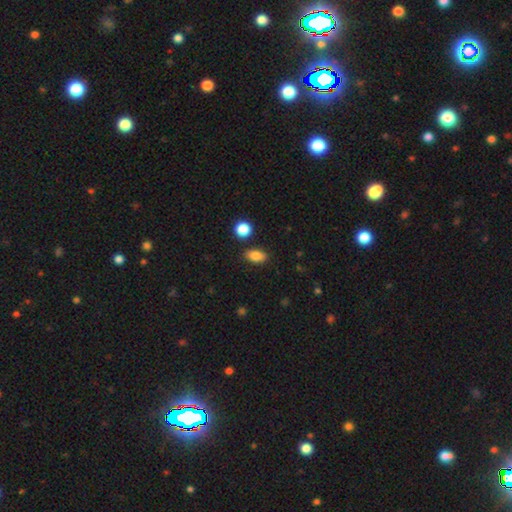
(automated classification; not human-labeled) A smooth galaxy with no disk features (83%) that is in between round and cigar-shaped (85%).

Vote fractions:
- Smooth or featured? smooth: 83% / star or artifact: 9% / featured or disk: 8%
- How rounded? in between: 85% / round: 11% / cigar-shaped: 4%
- Merging? none: 85% / minor disturbance: 9% / merger: 3% / major disturbance: 2%